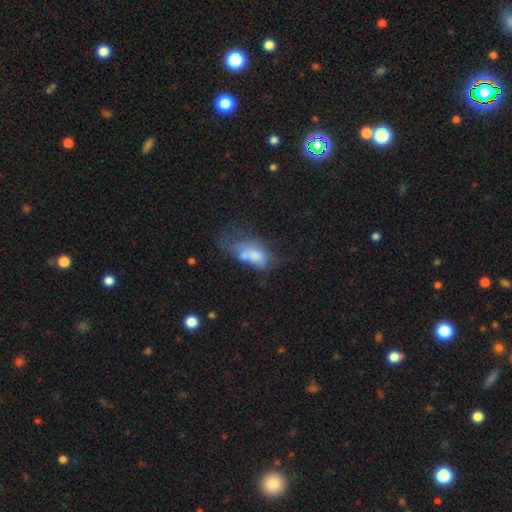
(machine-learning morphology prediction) This appears to be a smooth galaxy with no disk features (59%) that is in between round and cigar-shaped (87%). Merging: major disturbance (36%).